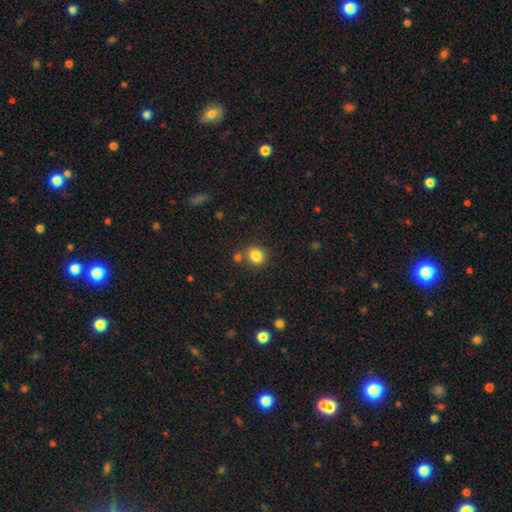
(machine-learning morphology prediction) Overall: smooth (84%). How rounded: round (78%). Merging: none (76%).